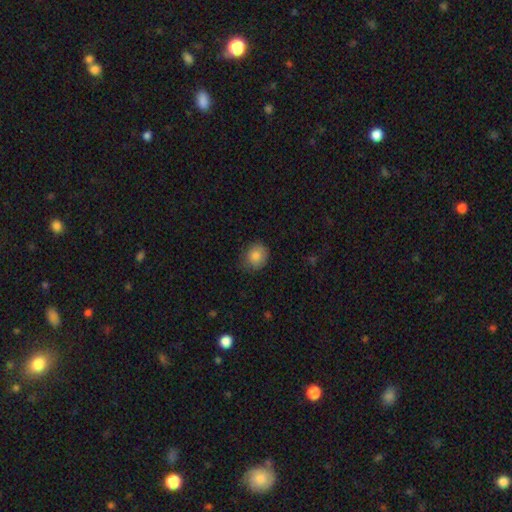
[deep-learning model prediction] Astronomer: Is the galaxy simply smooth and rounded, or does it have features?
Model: smooth — 83%.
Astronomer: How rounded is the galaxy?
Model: round — 73%.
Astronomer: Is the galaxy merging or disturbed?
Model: none — 72%.